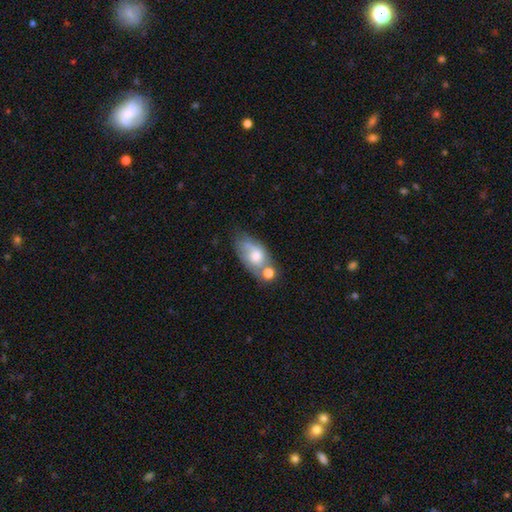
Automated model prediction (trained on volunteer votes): smooth_or_featured: smooth (p=0.53) [alt: featured or disk p=0.39]
how_rounded: in between (p=0.87) [alt: round p=0.09]
merging: none (p=0.37) [alt: merger p=0.29]